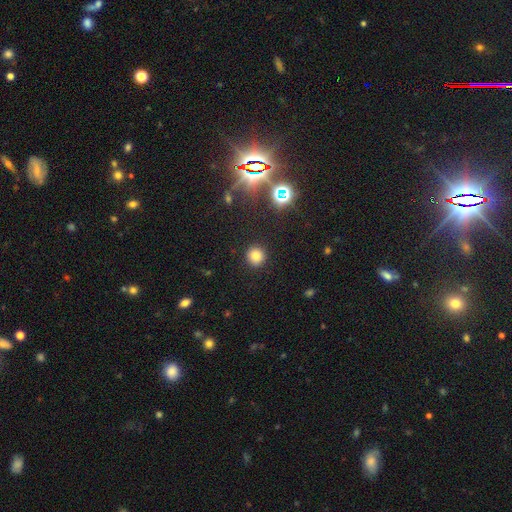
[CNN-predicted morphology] smooth 77%, star or artifact 17%, featured or disk 6%. Down the decision tree: how rounded — round (93%); merging — none (91%).